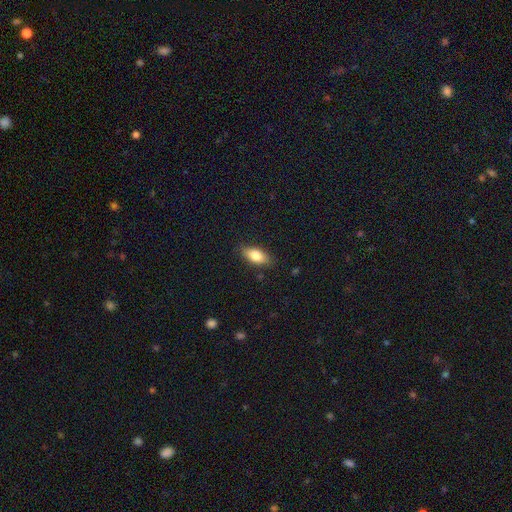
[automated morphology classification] A smooth galaxy with no disk features (81%) that is in between round and cigar-shaped (85%). Merging: none (83%).